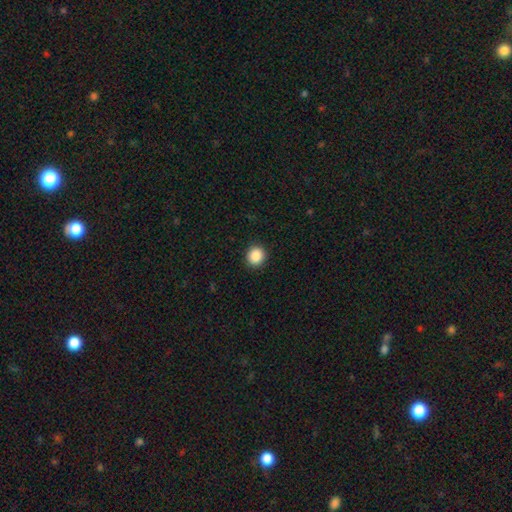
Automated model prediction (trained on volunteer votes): smooth_or_featured: smooth (p=0.88) [alt: star or artifact p=0.09]
how_rounded: round (p=0.90) [alt: in between p=0.09]
merging: none (p=0.92) [alt: minor disturbance p=0.05]